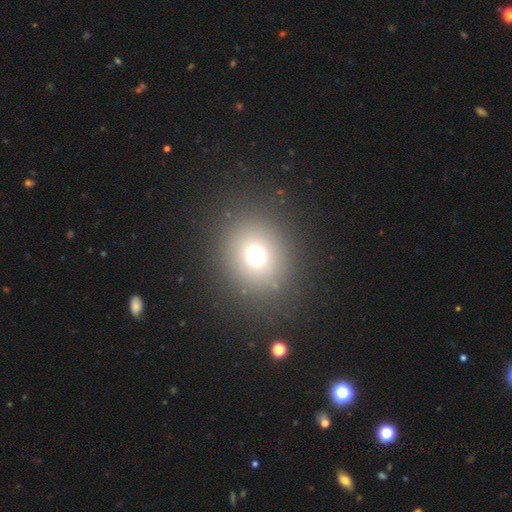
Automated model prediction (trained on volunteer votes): This appears to be a smooth galaxy with no disk features (71%) that is round (68%). Merging: none (86%).